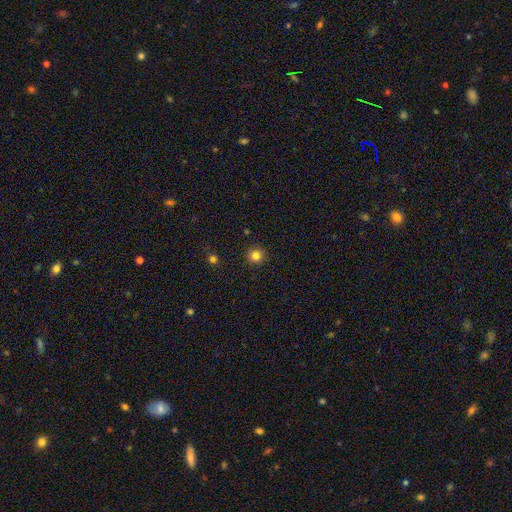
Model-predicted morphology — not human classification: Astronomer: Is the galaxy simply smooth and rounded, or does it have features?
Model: smooth — 83%.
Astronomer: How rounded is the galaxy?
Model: round — 94%.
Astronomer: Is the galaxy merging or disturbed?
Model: none — 92%.